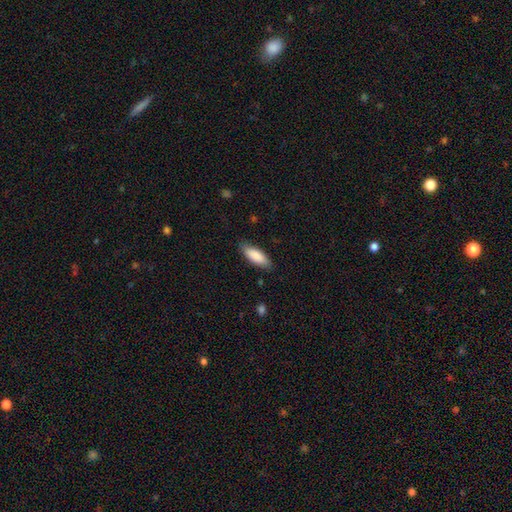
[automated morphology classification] smooth_or_featured: smooth (p=0.87) [alt: featured or disk p=0.07]
how_rounded: in between (p=0.69) [alt: cigar-shaped p=0.30]
merging: none (p=0.84) [alt: minor disturbance p=0.13]